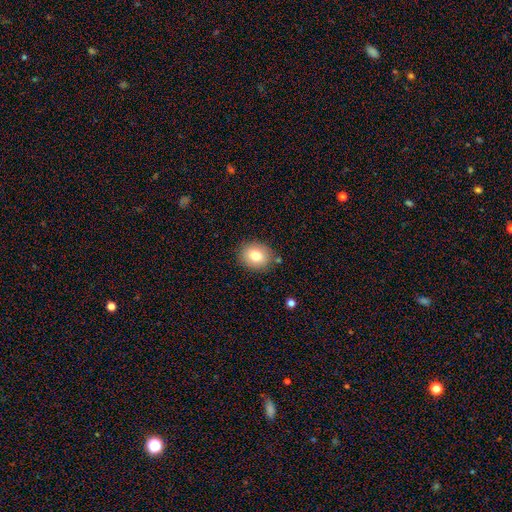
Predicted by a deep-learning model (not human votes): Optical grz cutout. It shows a smooth galaxy with no disk features (79%) that is round (59%). Merging: none (83%).